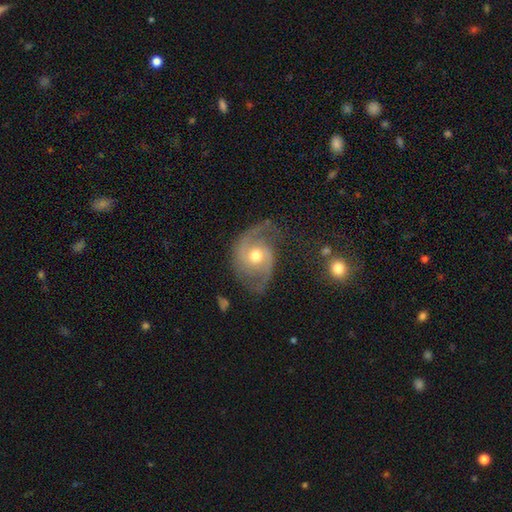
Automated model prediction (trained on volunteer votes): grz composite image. It shows a featured or disk galaxy (87%) with no bar (68%), 2 (86%) medium (50%) spiral arms (96%) and a moderate central bulge (74%). Merging: none (68%).